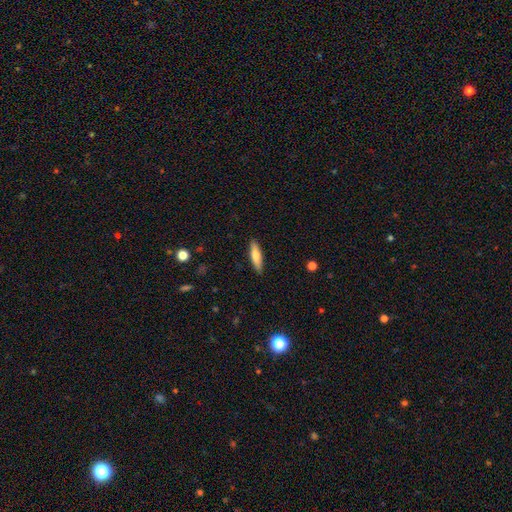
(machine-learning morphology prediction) This is likely a smooth galaxy (73%). How rounded: likely cigar-shaped (72%). Merging: clearly none (89%).